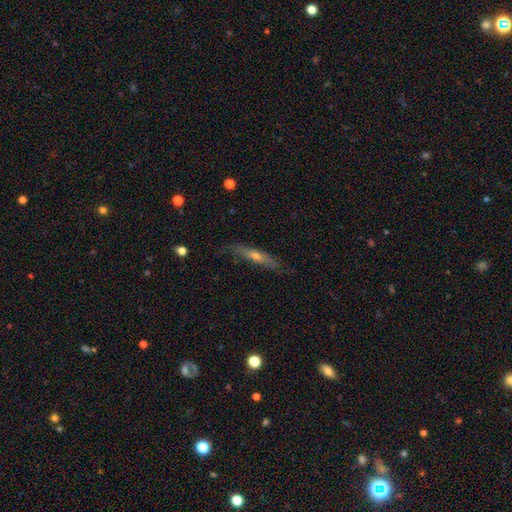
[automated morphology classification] Smooth or featured? featured or disk (56%)
Edge-on disk? yes (87%)
Merging? none (79%)